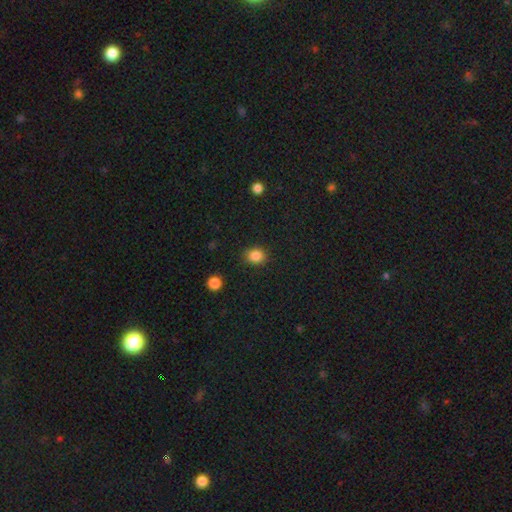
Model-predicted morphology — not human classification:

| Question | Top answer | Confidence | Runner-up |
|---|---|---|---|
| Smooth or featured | smooth | 85% | star or artifact (11%) |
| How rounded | round | 72% | in between (27%) |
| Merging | none | 88% | minor disturbance (8%) |